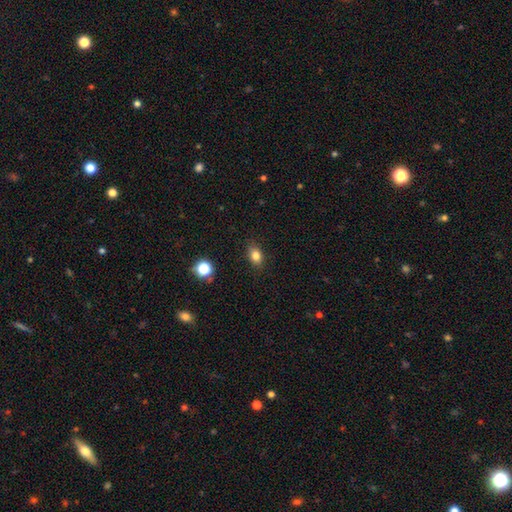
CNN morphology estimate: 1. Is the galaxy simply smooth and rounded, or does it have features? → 82% smooth, 11% star or artifact, 7% featured or disk.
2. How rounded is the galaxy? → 72% in between, 26% round, 2% cigar-shaped.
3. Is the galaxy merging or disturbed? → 85% none, 11% minor disturbance, 3% major disturbance, 1% merger.